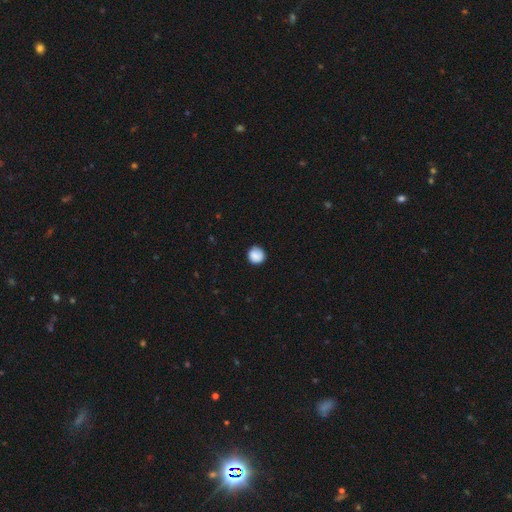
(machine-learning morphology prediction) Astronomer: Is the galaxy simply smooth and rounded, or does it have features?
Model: smooth — 86%.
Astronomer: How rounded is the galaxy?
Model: round — 92%.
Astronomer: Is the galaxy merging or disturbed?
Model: none — 84%.